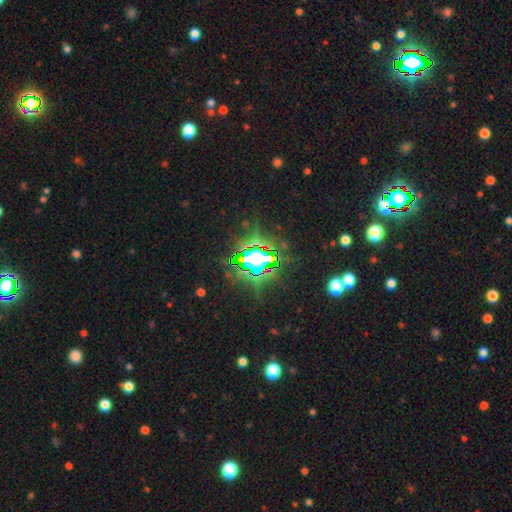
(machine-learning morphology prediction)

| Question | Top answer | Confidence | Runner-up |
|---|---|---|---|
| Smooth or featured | star or artifact | 82% | smooth (10%) |